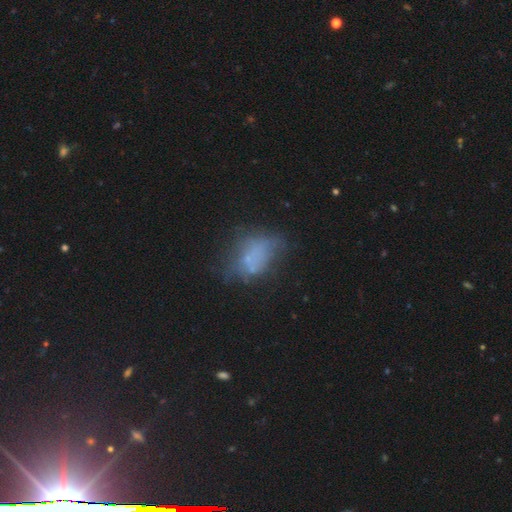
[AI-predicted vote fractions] Smooth or featured?
  - smooth: 52% *
  - featured or disk: 29%
  - star or artifact: 19%
How rounded?
  - in between: 83% *
  - round: 14%
  - cigar-shaped: 4%
Merging?
  - none: 39% *
  - minor disturbance: 29%
  - major disturbance: 25%
  - merger: 6%